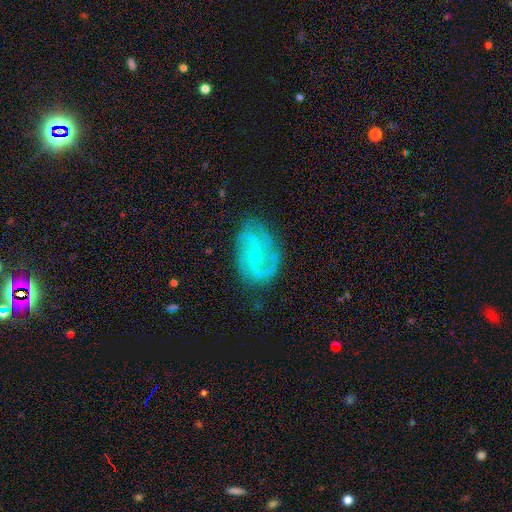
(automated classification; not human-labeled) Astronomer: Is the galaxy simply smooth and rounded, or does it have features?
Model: featured or disk — 83%.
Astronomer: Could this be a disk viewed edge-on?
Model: no — 98%.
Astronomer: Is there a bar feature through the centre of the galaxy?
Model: no — 57% (runner-up: weak, 38%).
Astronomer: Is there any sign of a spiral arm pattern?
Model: yes — 96%.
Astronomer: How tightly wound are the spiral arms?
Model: medium — 50% (runner-up: tight, 31%).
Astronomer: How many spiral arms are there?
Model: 2 — 50%.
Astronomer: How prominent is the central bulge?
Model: small — 68%.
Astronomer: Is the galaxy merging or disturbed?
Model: none — 72%.